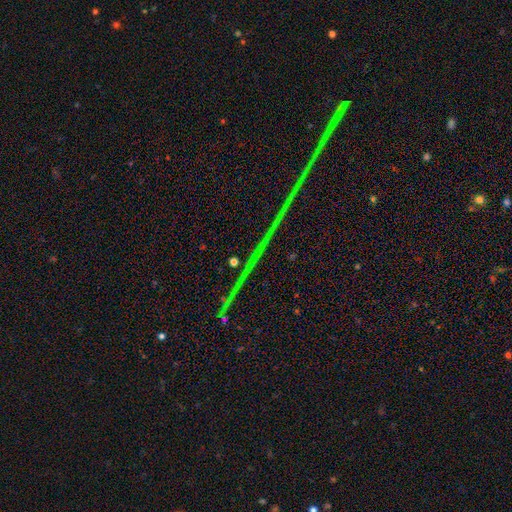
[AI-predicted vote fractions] Overall: star or artifact (85%).